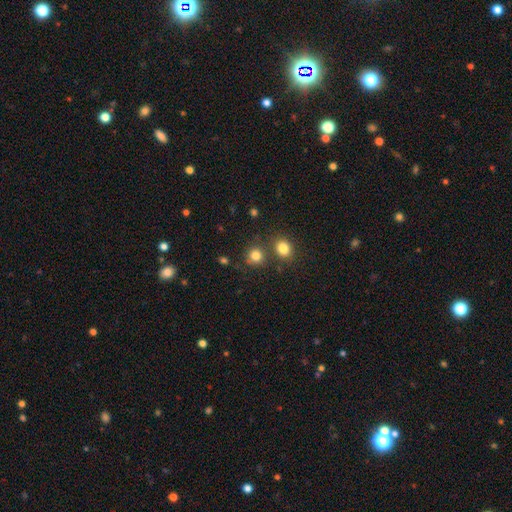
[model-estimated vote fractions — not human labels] Smooth or featured? Predicted: smooth (p=0.81). How rounded? Predicted: round (p=0.86). Merging? Predicted: none (p=0.72).